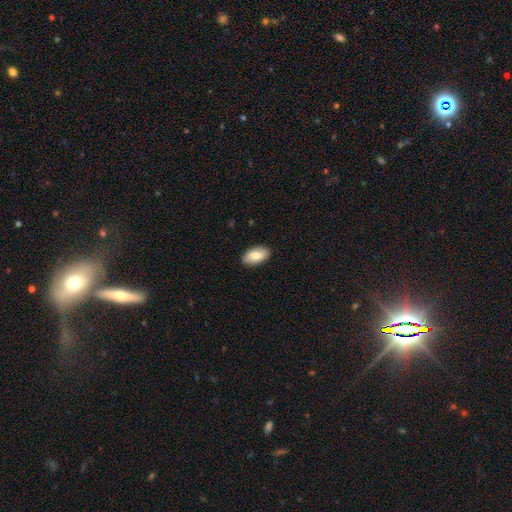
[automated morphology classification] Smooth or featured? smooth (83%)
How rounded? in between (95%)
Merging? none (90%)